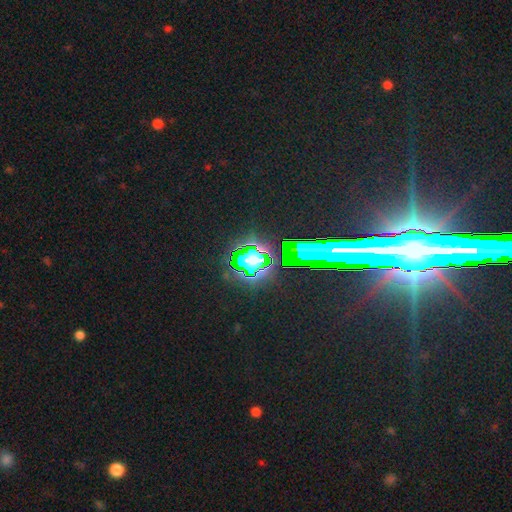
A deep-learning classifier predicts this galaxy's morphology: Smooth or featured?
  - star or artifact: 81% *
  - featured or disk: 9%
  - smooth: 9%